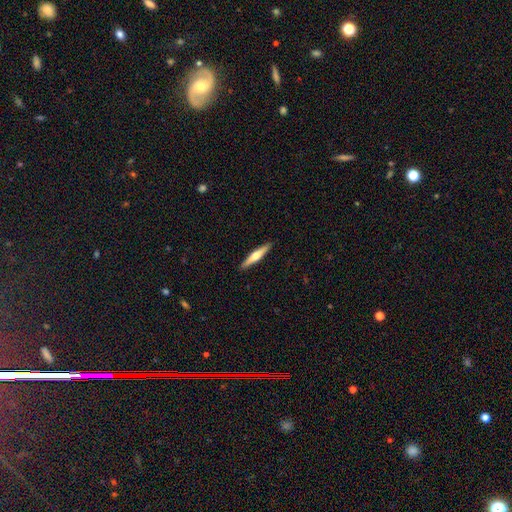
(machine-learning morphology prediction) This appears to be a featured or disk galaxy (55%) viewed edge-on (96%) with a rounded central bulge (92%). Merging: none (92%).